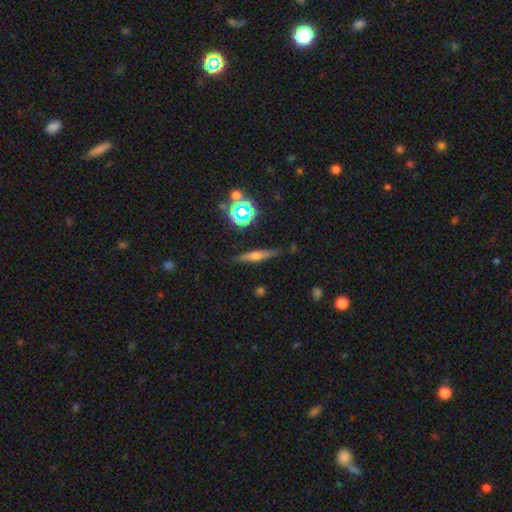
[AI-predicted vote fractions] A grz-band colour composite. It shows a featured or disk galaxy (48%). Merging: none (82%).